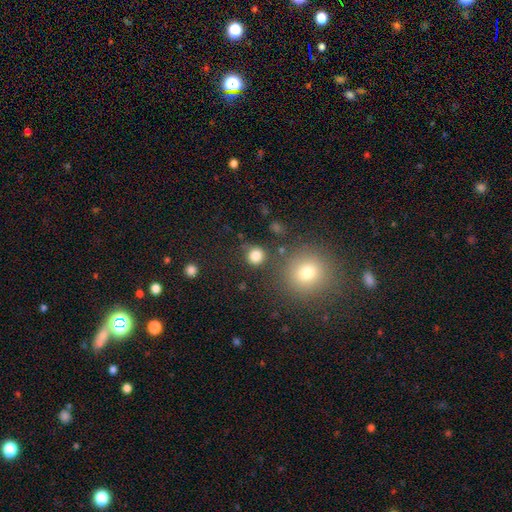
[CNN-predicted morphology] Q: Smooth or featured?
A: smooth (83%); runner-up: star or artifact (13%)
Q: How rounded?
A: round (90%); runner-up: in between (9%)
Q: Merging?
A: none (80%); runner-up: minor disturbance (10%)